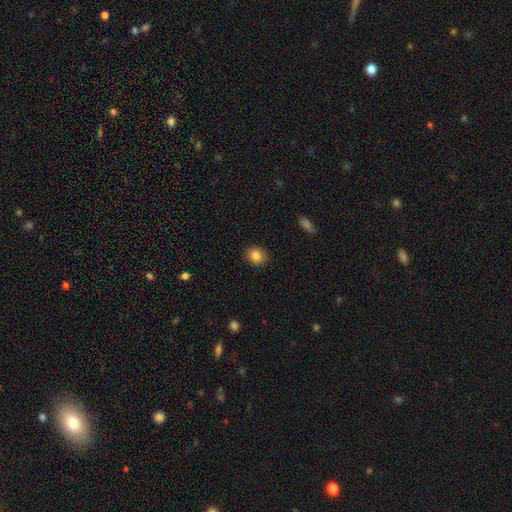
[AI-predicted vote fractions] Smooth or featured? Predicted: smooth (p=0.85). How rounded? Predicted: round (p=0.64). Merging? Predicted: none (p=0.86).